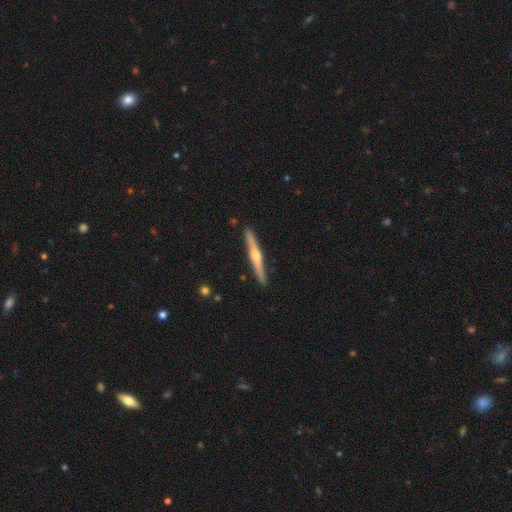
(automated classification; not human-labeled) Smooth or featured: featured or disk — 72% (smooth — 23%)
Edge-on disk: yes — 97% (no — 3%)
Edge-on bulge: rounded — 82% (none — 12%)
Merging: none — 90% (minor disturbance — 7%)